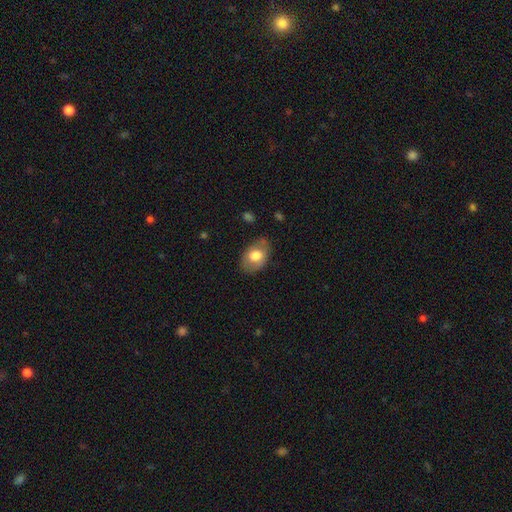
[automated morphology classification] The model was most divided on "merging": none: 73%, minor disturbance: 20%, major disturbance: 5%, merger: 2%. More confident: how rounded — in between (77%); smooth or featured — smooth (73%).